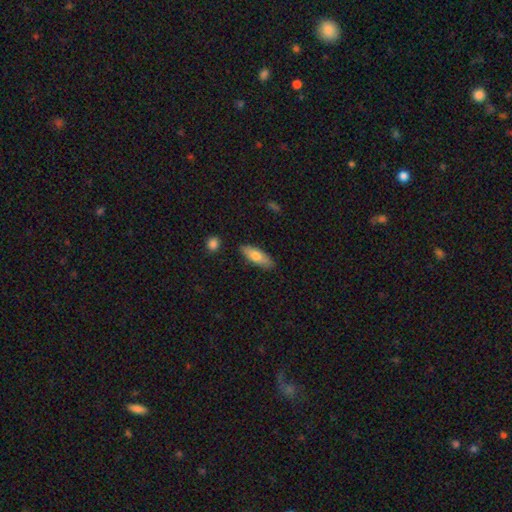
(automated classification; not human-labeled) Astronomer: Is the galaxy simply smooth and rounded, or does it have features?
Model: smooth — 74%.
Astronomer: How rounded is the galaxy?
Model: in between — 64%.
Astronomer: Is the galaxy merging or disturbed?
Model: none — 85%.